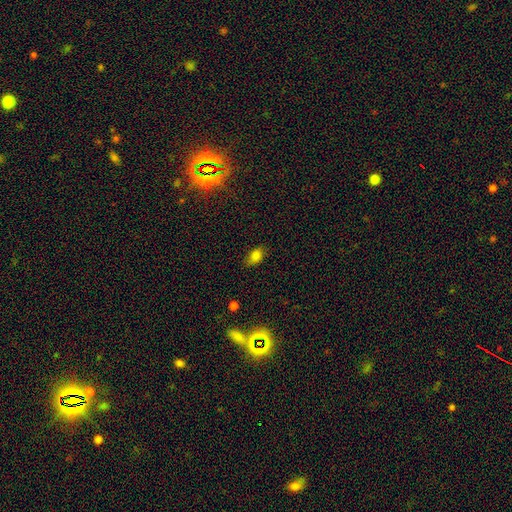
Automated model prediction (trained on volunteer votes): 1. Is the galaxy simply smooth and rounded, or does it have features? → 78% smooth, 13% star or artifact, 8% featured or disk.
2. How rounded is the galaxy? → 86% in between, 10% round, 3% cigar-shaped.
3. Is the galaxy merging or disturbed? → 73% none, 21% minor disturbance, 4% major disturbance, 2% merger.